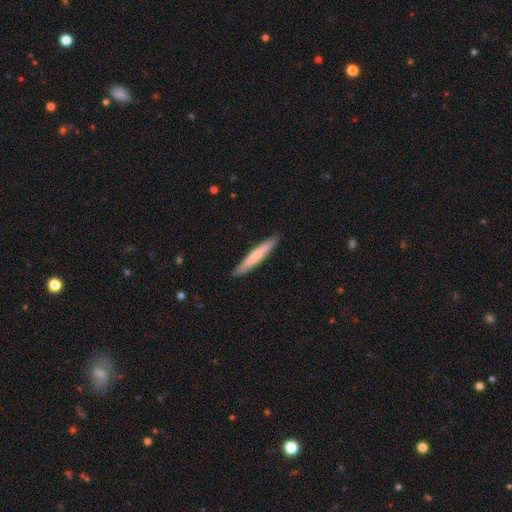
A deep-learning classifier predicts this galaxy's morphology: The model was most divided on "smooth or featured": smooth: 61%, featured or disk: 34%, star or artifact: 5%. More confident: how rounded — cigar-shaped (95%); merging — none (90%).